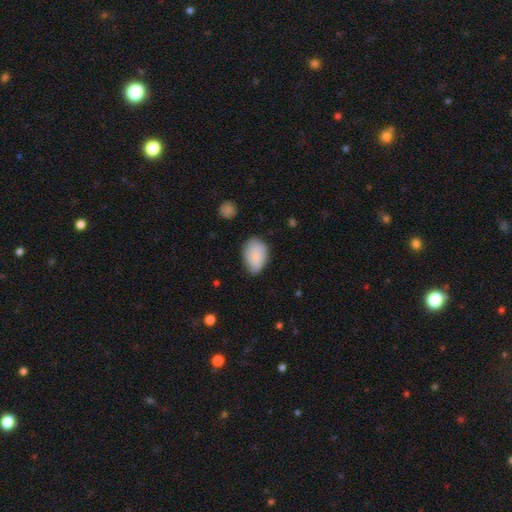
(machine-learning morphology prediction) Smooth or featured: smooth — 83% (featured or disk — 11%)
How rounded: in between — 88% (round — 10%)
Merging: none — 66% (minor disturbance — 27%)